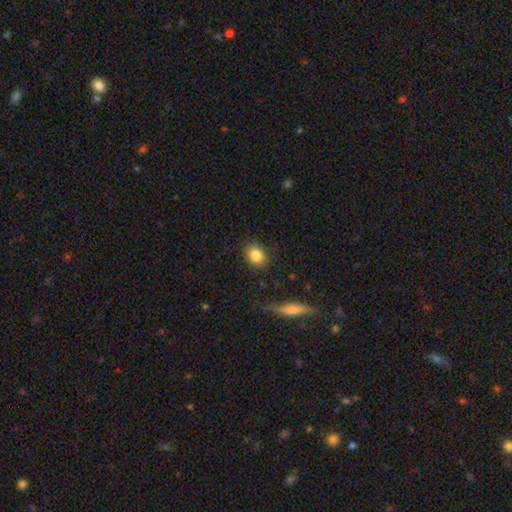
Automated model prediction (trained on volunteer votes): Q: Smooth or featured?
A: smooth (85%); runner-up: star or artifact (9%)
Q: How rounded?
A: round (64%); runner-up: in between (35%)
Q: Merging?
A: none (84%); runner-up: minor disturbance (11%)